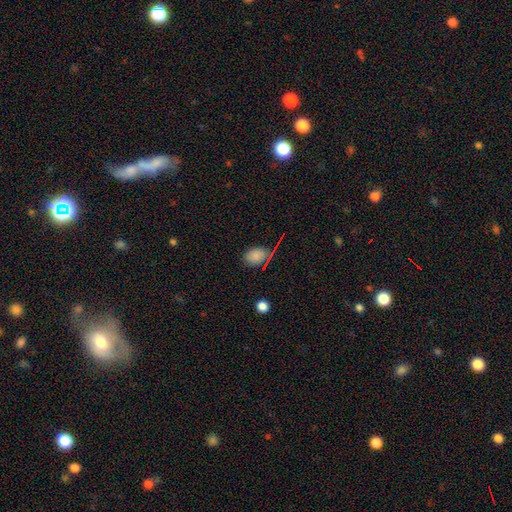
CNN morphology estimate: Smooth or featured? smooth (75%)
How rounded? in between (76%)
Merging? none (77%)